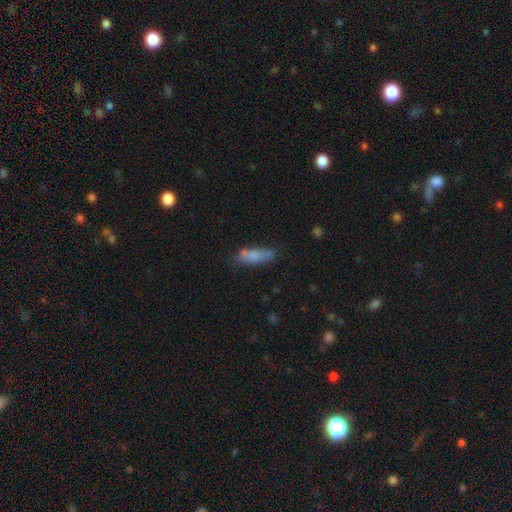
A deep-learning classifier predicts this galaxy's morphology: Overall: smooth (72%). How rounded: cigar-shaped (50%; in between 48%). Merging: none (56%; minor disturbance 24%).